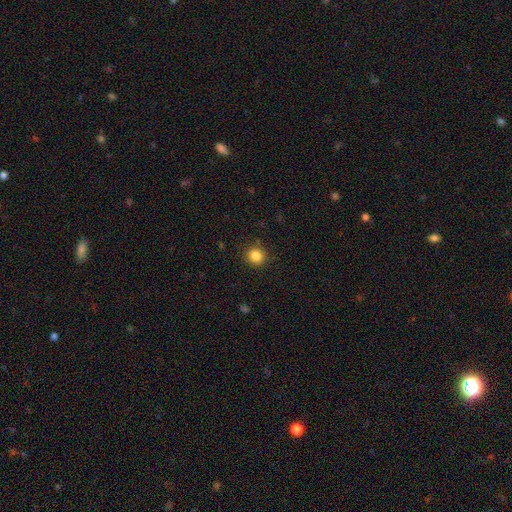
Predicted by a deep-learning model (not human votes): Morphology: type=smooth (85%); roundness=round (93%); merging=none (91%).